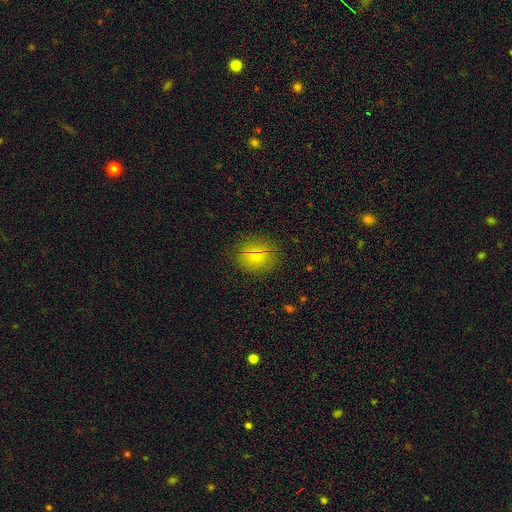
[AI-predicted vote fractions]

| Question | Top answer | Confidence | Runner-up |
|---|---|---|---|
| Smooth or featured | smooth | 79% | star or artifact (11%) |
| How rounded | round | 76% | in between (23%) |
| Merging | none | 84% | minor disturbance (11%) |